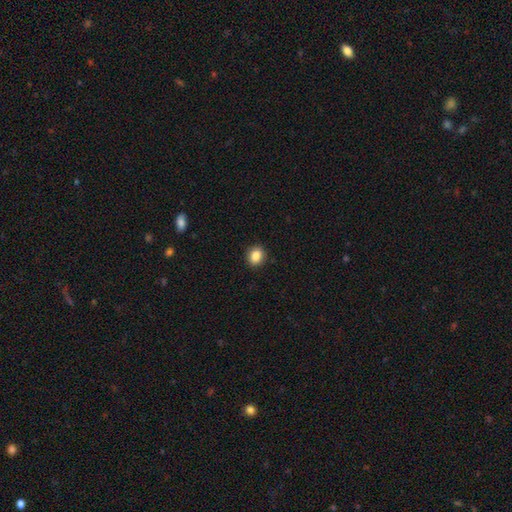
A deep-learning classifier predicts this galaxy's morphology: A smooth galaxy with no disk features (87%) that is round (59%).

Vote fractions:
- Smooth or featured? smooth: 87% / star or artifact: 9% / featured or disk: 4%
- How rounded? round: 59% / in between: 40% / cigar-shaped: 1%
- Merging? none: 90% / minor disturbance: 7% / major disturbance: 2% / merger: 1%